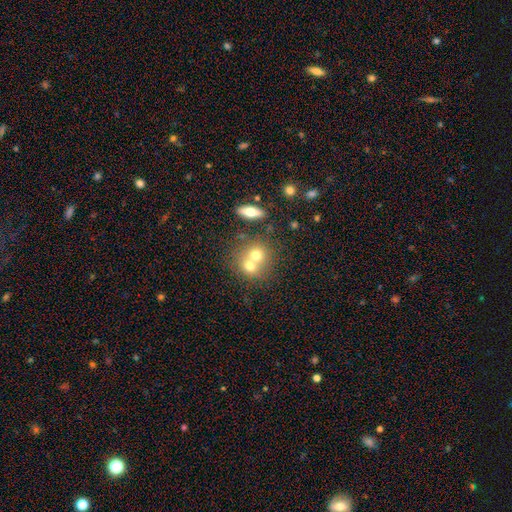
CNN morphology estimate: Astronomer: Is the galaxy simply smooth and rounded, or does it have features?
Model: smooth — 65%.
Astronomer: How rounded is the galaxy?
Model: round — 76%.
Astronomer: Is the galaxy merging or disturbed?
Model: merger — 61%.